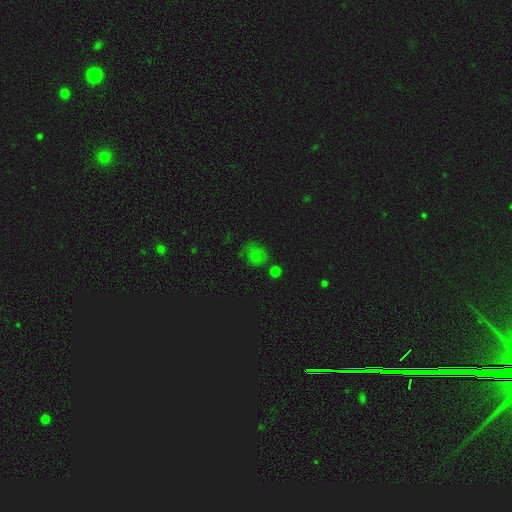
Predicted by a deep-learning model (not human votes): smooth 62%, star or artifact 27%, featured or disk 11%. Down the decision tree: how rounded — round (67%); merging — none (56%).